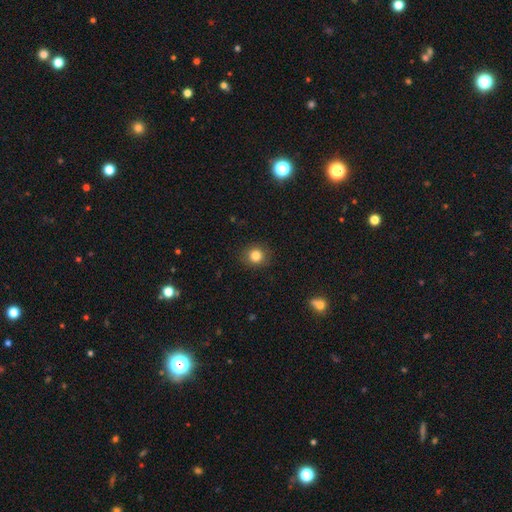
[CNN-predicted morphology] A smooth galaxy with no disk features (83%) that is round (85%). Merging: none (89%).